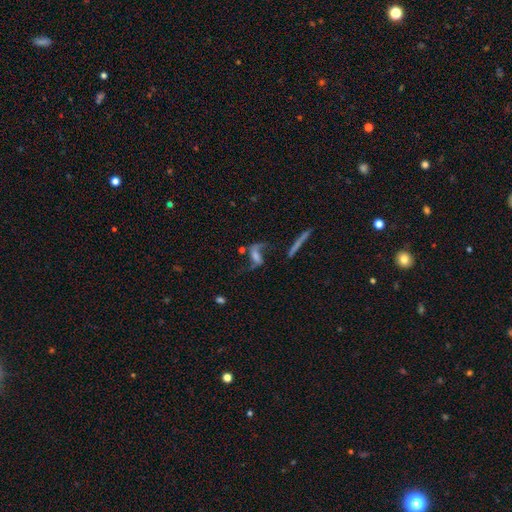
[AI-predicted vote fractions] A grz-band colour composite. It shows a featured or disk galaxy (75%) with a weak bar (39%), 2 (86%) loose (86%) spiral arms (88%) and no central bulge (30%, tied with small). Merging: none (51%).